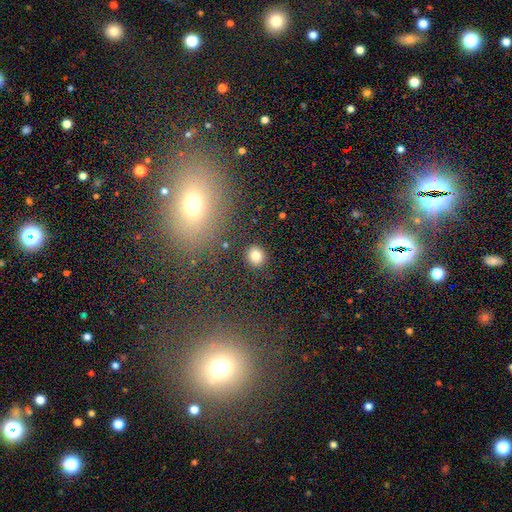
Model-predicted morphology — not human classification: This is clearly a smooth galaxy (80%). How rounded: clearly round (83%). Merging: clearly none (89%).